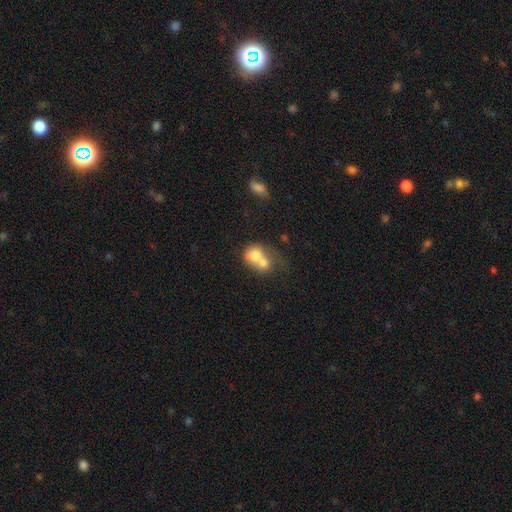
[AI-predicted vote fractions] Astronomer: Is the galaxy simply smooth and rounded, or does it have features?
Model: smooth — 69%.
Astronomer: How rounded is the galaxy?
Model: round — 61% (runner-up: in between, 38%).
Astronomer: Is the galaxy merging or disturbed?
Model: merger — 73%.